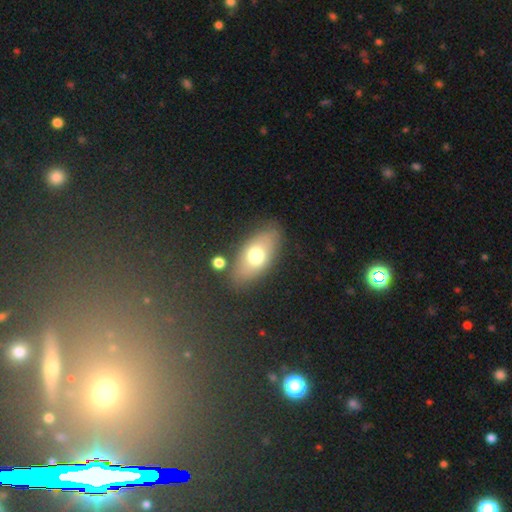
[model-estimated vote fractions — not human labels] Smooth or featured? smooth (66%)
How rounded? in between (86%)
Merging? none (75%)